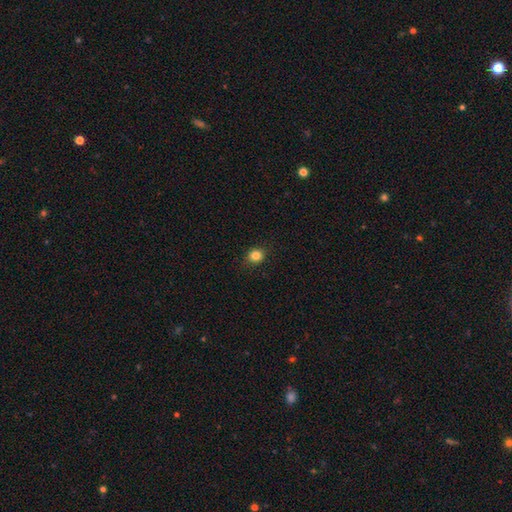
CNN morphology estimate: Overall: smooth (83%). How rounded: round (79%). Merging: none (89%).